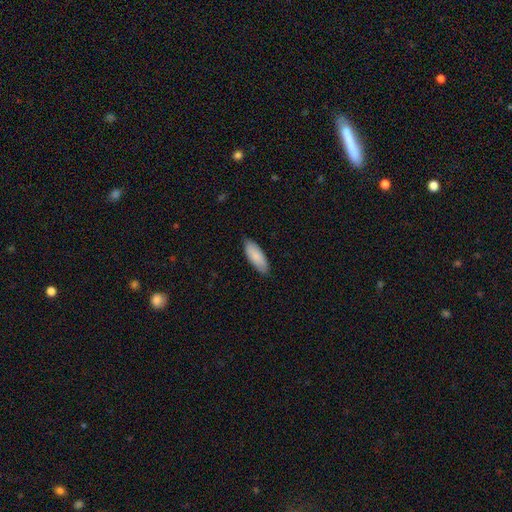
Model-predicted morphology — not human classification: A smooth galaxy with no disk features (87%) that is in between round and cigar-shaped (72%).

Vote fractions:
- Smooth or featured? smooth: 87% / featured or disk: 8% / star or artifact: 5%
- How rounded? in between: 72% / cigar-shaped: 26% / round: 1%
- Merging? none: 85% / minor disturbance: 12% / major disturbance: 2% / merger: 1%